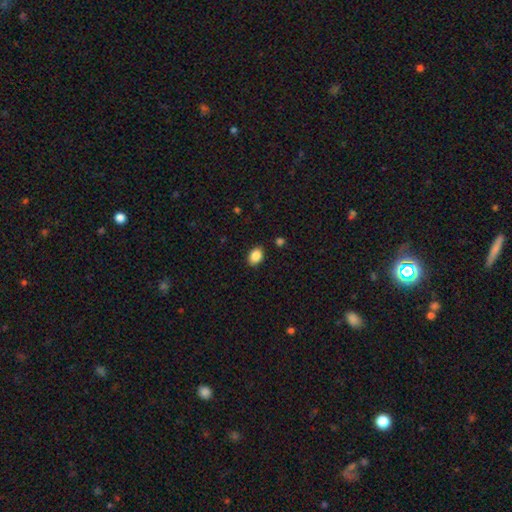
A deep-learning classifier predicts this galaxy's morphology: smooth_or_featured: smooth (p=0.88) [alt: star or artifact p=0.08]
how_rounded: in between (p=0.80) [alt: round p=0.19]
merging: none (p=0.87) [alt: minor disturbance p=0.09]